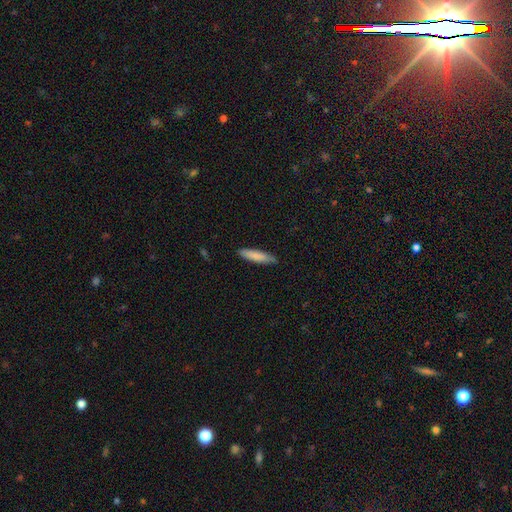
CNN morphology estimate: This appears to be a smooth galaxy with no disk features (83%) that is cigar-shaped (77%). Merging: none (84%).